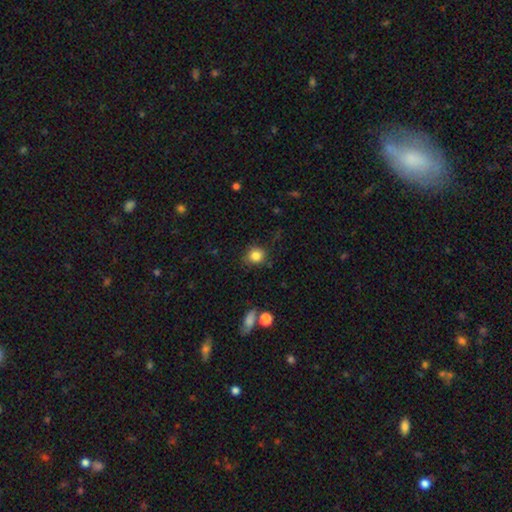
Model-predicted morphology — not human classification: Smooth or featured? Predicted: smooth (p=0.84). How rounded? Predicted: round (p=0.81). Merging? Predicted: none (p=0.79).